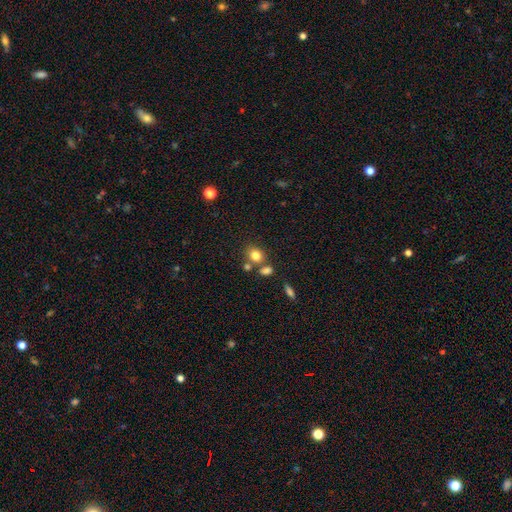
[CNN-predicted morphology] smooth_or_featured: smooth (p=0.81) [alt: star or artifact p=0.12]
how_rounded: round (p=0.59) [alt: in between p=0.40]
merging: none (p=0.63) [alt: merger p=0.22]